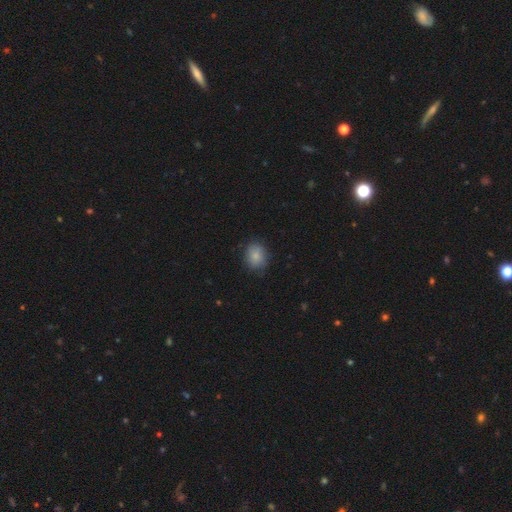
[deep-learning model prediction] Q: Smooth or featured?
A: smooth (83%); runner-up: featured or disk (8%)
Q: How rounded?
A: round (50%); runner-up: in between (49%)
Q: Merging?
A: none (77%); runner-up: minor disturbance (18%)